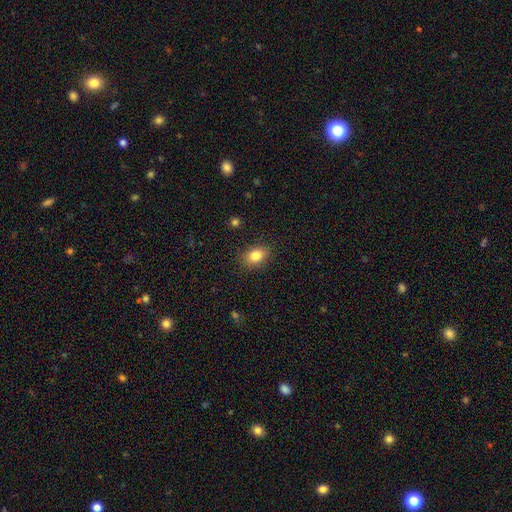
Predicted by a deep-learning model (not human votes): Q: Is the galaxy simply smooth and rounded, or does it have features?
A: smooth — 83%.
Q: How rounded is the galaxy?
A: in between — 77%.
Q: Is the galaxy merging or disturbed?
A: none — 87%.